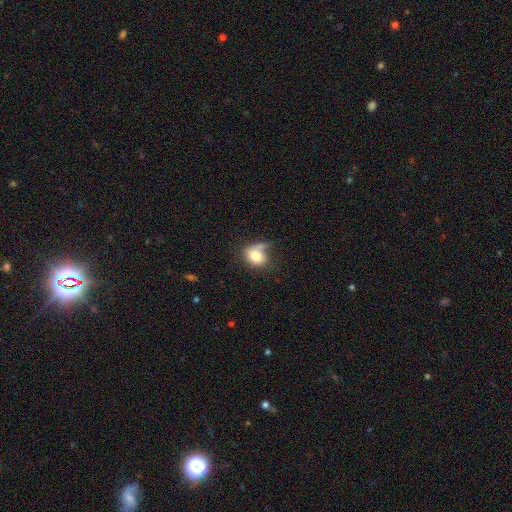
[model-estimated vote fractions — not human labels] smooth-or-featured: smooth: 76% | featured or disk: 16% | star or artifact: 8%
  how-rounded: round: 50% | in between: 49% | cigar-shaped: 1%
  merging: none: 41% | minor disturbance: 25% | major disturbance: 22% | merger: 12%